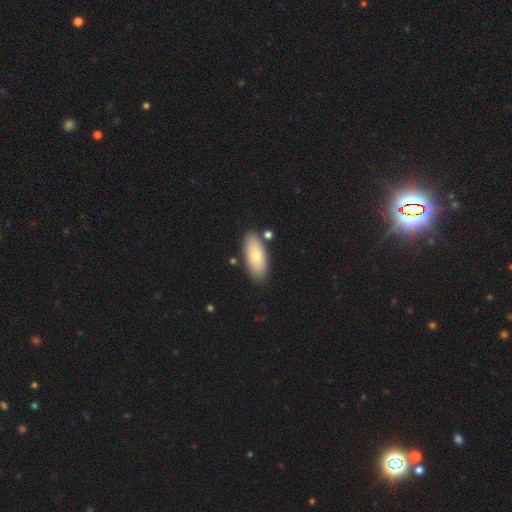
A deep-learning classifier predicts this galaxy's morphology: smooth-or-featured: smooth: 73% | featured or disk: 21% | star or artifact: 6%
  how-rounded: in between: 85% | cigar-shaped: 13% | round: 3%
  merging: none: 82% | minor disturbance: 10% | merger: 5% | major disturbance: 2%